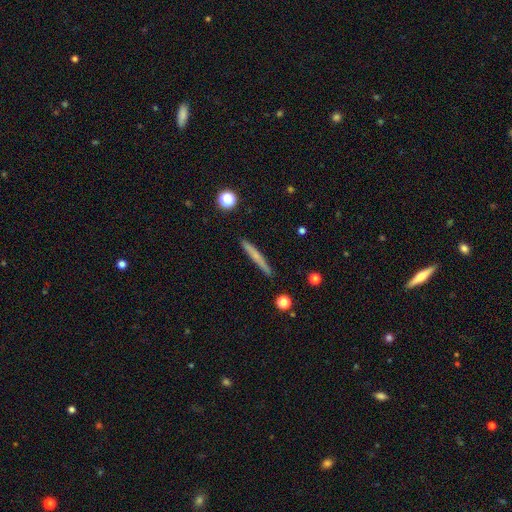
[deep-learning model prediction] smooth 58%, featured or disk 34%, star or artifact 8%. Down the decision tree: how rounded — cigar-shaped (95%); merging — none (88%).